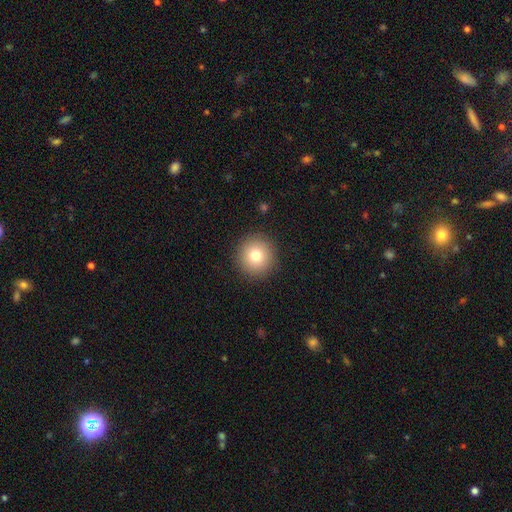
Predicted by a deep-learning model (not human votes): Q: Smooth or featured?
A: smooth (78%); runner-up: star or artifact (11%)
Q: How rounded?
A: round (95%); runner-up: in between (5%)
Q: Merging?
A: none (91%); runner-up: minor disturbance (6%)